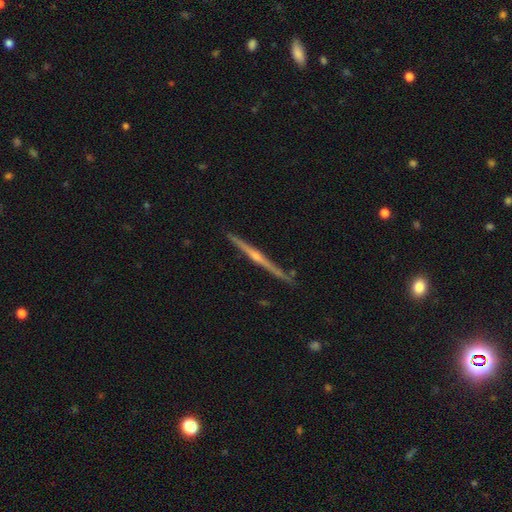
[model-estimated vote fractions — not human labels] Morphology: type=featured or disk (81%); edge-on=yes (98%); edge-on bulge=rounded (77%); merging=none (87%).